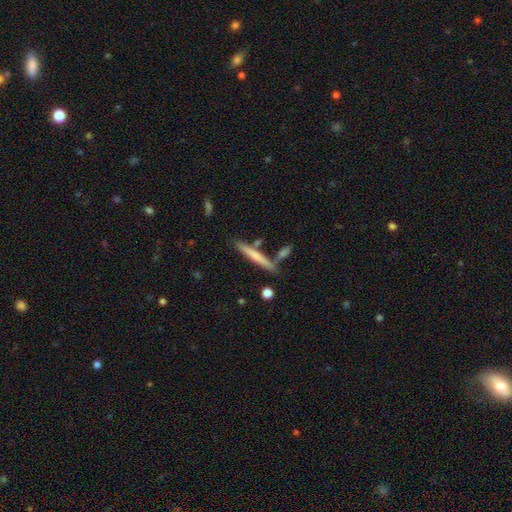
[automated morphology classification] The model was most divided on "smooth or featured": smooth: 59%, featured or disk: 35%, star or artifact: 6%. More confident: how rounded — cigar-shaped (94%); merging — none (76%).